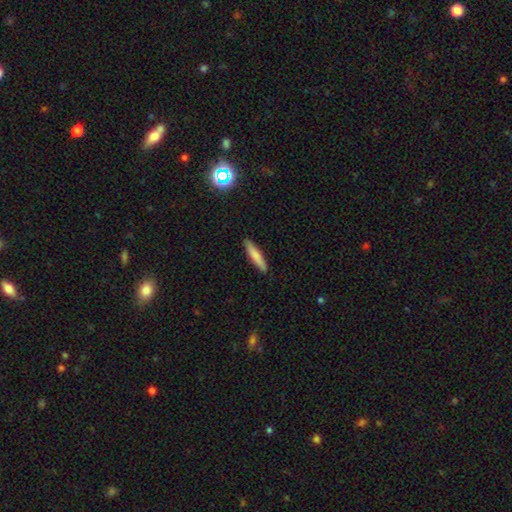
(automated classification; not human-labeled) smooth_or_featured: smooth (p=0.79) [alt: featured or disk p=0.15]
how_rounded: cigar-shaped (p=0.88) [alt: in between p=0.11]
merging: none (p=0.90) [alt: minor disturbance p=0.07]